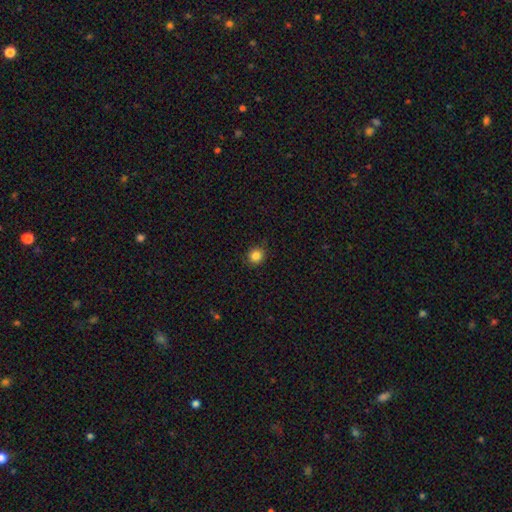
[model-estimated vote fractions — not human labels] Smooth or featured?
  - smooth: 84% *
  - star or artifact: 12%
  - featured or disk: 4%
How rounded?
  - round: 86% *
  - in between: 13%
  - cigar-shaped: 1%
Merging?
  - none: 88% *
  - minor disturbance: 9%
  - major disturbance: 2%
  - merger: 1%